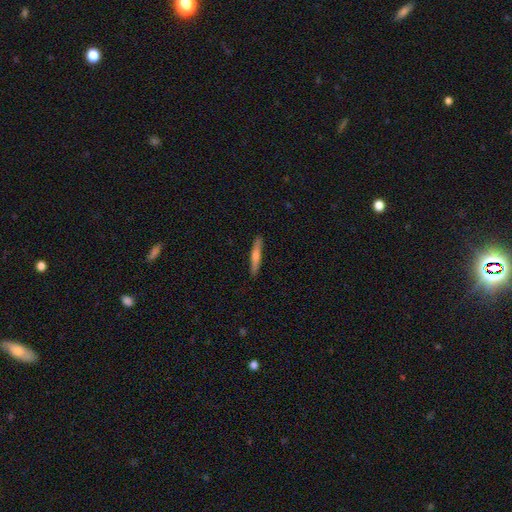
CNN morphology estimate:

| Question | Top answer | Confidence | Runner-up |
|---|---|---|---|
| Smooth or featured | smooth | 51% | featured or disk (43%) |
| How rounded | cigar-shaped | 94% | in between (5%) |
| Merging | none | 90% | minor disturbance (8%) |